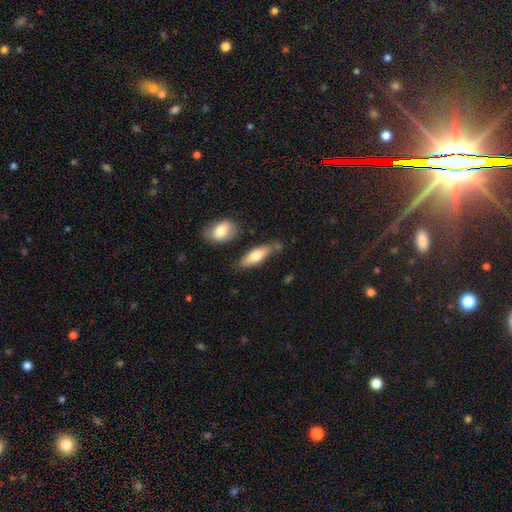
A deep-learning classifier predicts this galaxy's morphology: Smooth or featured: smooth — 73% (featured or disk — 22%)
How rounded: in between — 56% (cigar-shaped — 42%)
Merging: none — 65% (minor disturbance — 21%)